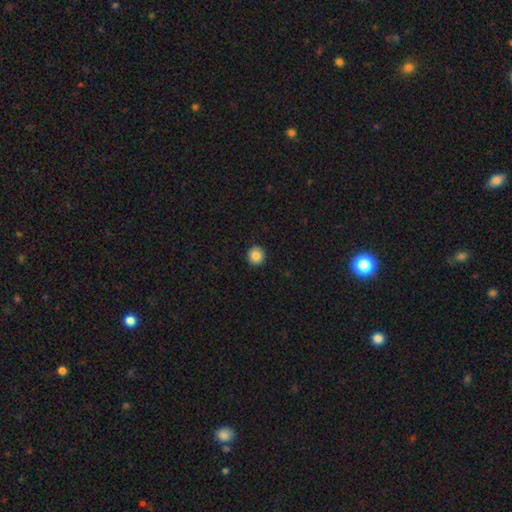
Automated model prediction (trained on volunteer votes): Q: Smooth or featured?
A: smooth (87%); runner-up: star or artifact (9%)
Q: How rounded?
A: round (93%); runner-up: in between (6%)
Q: Merging?
A: none (93%); runner-up: minor disturbance (5%)